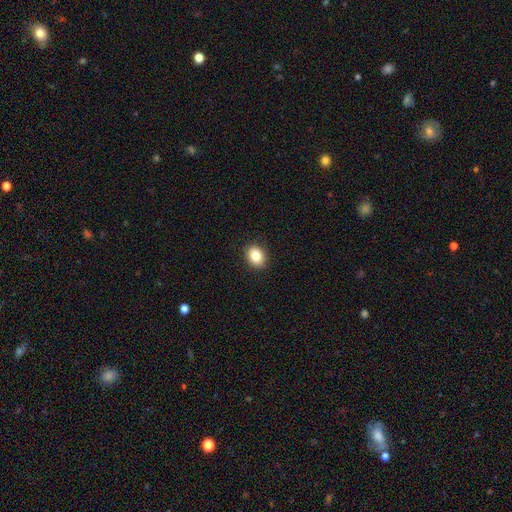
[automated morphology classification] This is clearly a smooth galaxy (85%). How rounded: possibly in between (59%). Merging: clearly none (91%).